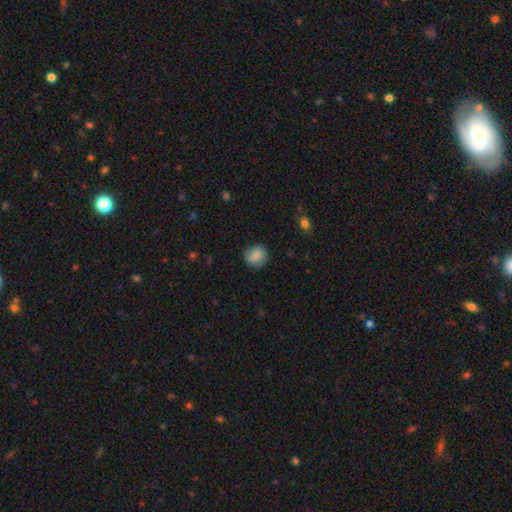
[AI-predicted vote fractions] Smooth or featured? Predicted: smooth (p=0.82). How rounded? Predicted: round (p=0.84). Merging? Predicted: none (p=0.77).